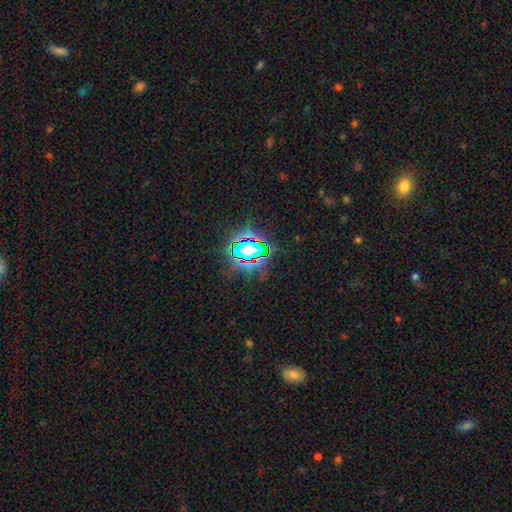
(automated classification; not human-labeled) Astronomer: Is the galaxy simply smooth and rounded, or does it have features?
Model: star or artifact — 71%.